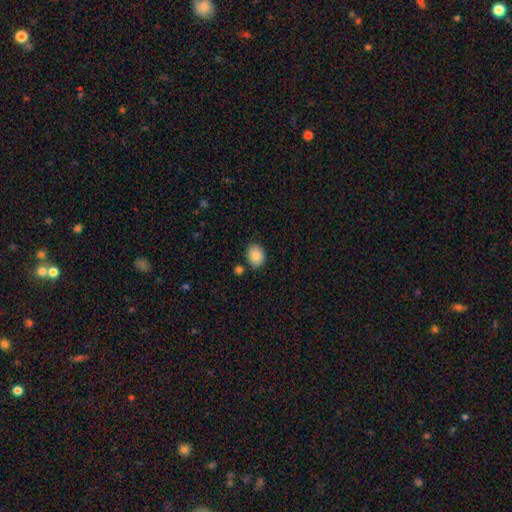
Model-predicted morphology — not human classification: type=smooth (88%); roundness=in between (58%); merging=none (79%).